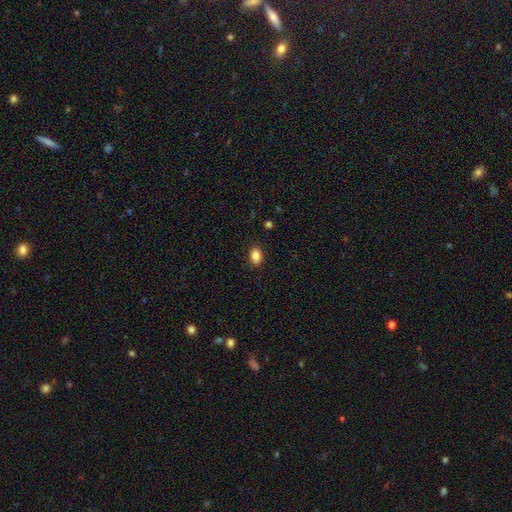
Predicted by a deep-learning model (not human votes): Morphology: type=smooth (86%); roundness=in between (80%); merging=none (88%).